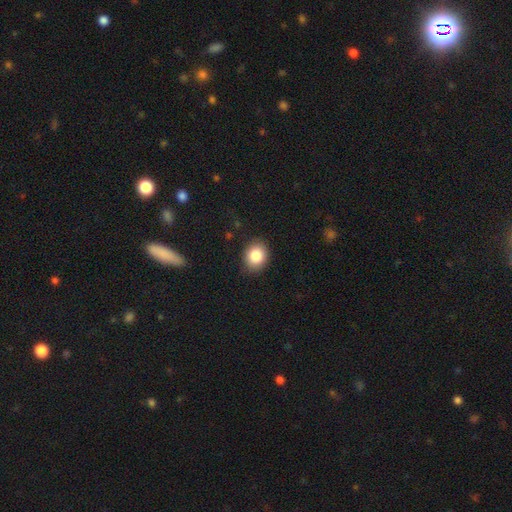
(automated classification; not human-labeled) Morphology: type=smooth (85%); roundness=round (59%); merging=none (86%).